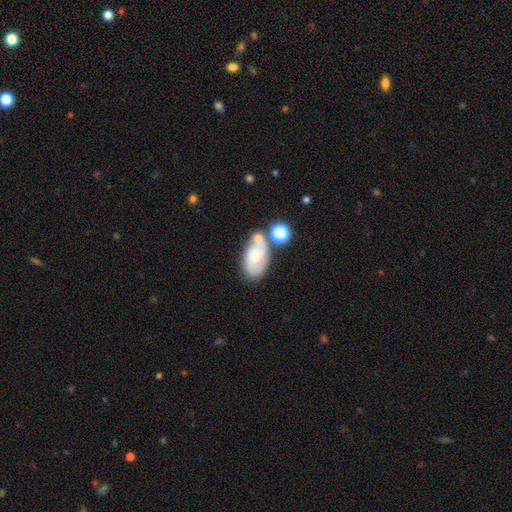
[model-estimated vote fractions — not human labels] Overall: smooth (55%; featured or disk 34%). How rounded: in between (89%). Merging: none (46%; merger 25%).